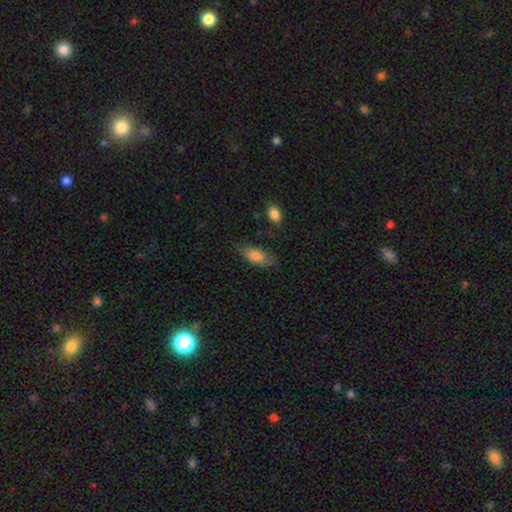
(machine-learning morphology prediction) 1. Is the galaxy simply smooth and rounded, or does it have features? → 80% smooth, 13% featured or disk, 6% star or artifact.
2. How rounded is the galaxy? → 83% in between, 14% cigar-shaped, 2% round.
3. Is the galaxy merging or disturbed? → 73% none, 20% minor disturbance, 4% major disturbance, 2% merger.